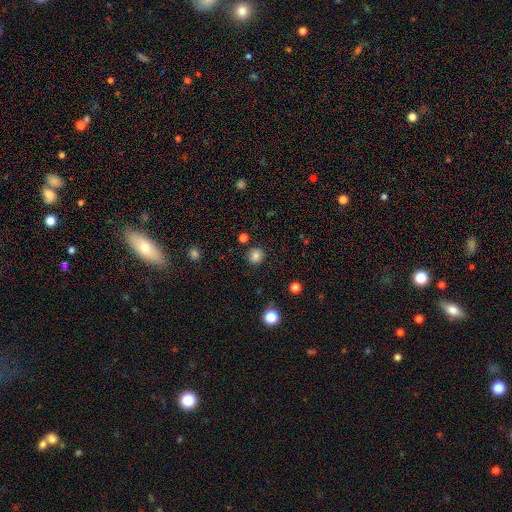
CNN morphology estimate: smooth_or_featured: smooth (p=0.83) [alt: star or artifact p=0.12]
how_rounded: round (p=0.92) [alt: in between p=0.07]
merging: none (p=0.90) [alt: minor disturbance p=0.07]